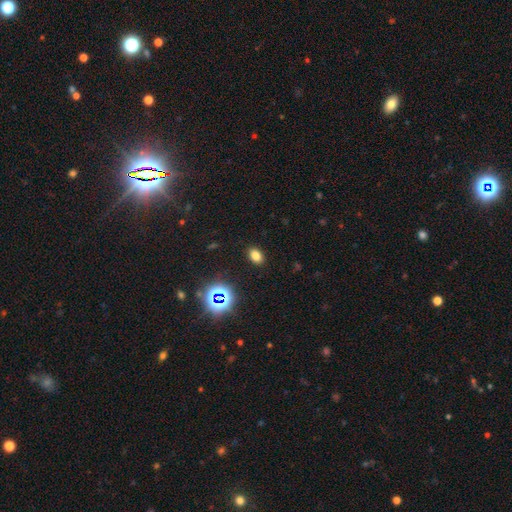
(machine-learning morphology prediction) smooth-or-featured: smooth: 74% | star or artifact: 19% | featured or disk: 6%
  how-rounded: in between: 81% | round: 18% | cigar-shaped: 1%
  merging: none: 88% | minor disturbance: 8% | major disturbance: 3% | merger: 1%